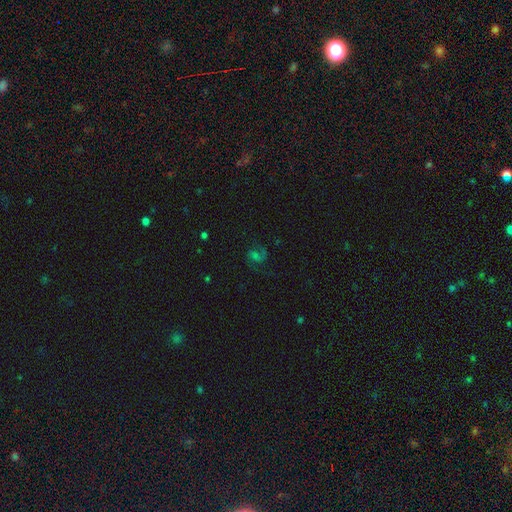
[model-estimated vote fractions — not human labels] Smooth or featured?
  - featured or disk: 62% *
  - star or artifact: 21%
  - smooth: 17%
Edge-on disk?
  - no: 98% *
  - yes: 2%
Bar?
  - no: 47% *
  - weak: 40%
  - strong: 12%
Spiral arms?
  - yes: 93% *
  - no: 7%
Spiral winding?
  - medium: 51% *
  - loose: 35%
  - tight: 15%
Spiral arm count?
  - 2: 80% *
  - 1: 11%
  - can't tell: 5%
  - 3: 2%
  - 4: 1%
  - more than 4: 1%
Bulge size?
  - none: 33% *
  - small: 30%
  - moderate: 24%
  - large: 10%
  - dominant: 3%
Merging?
  - none: 67% *
  - major disturbance: 16%
  - minor disturbance: 15%
  - merger: 2%